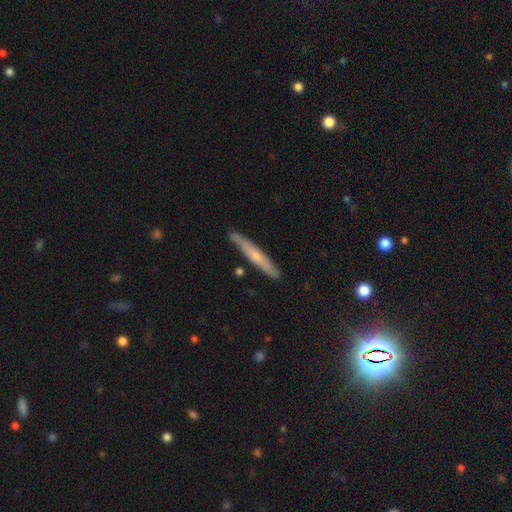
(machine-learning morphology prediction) This appears to be a smooth galaxy with no disk features (48%). Merging: none (88%).